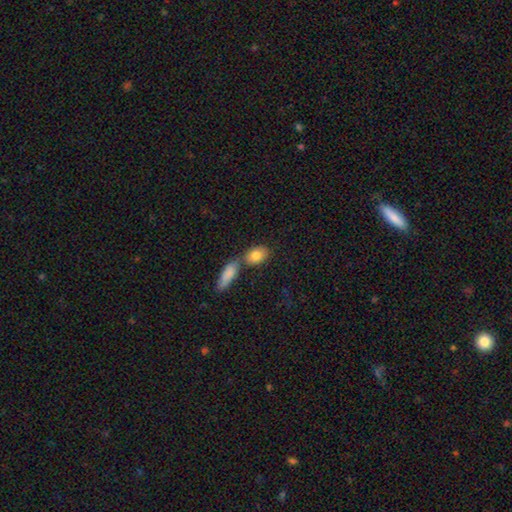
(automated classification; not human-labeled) A smooth galaxy with no disk features (82%) that is in between round and cigar-shaped (78%). Merging: none (53%).